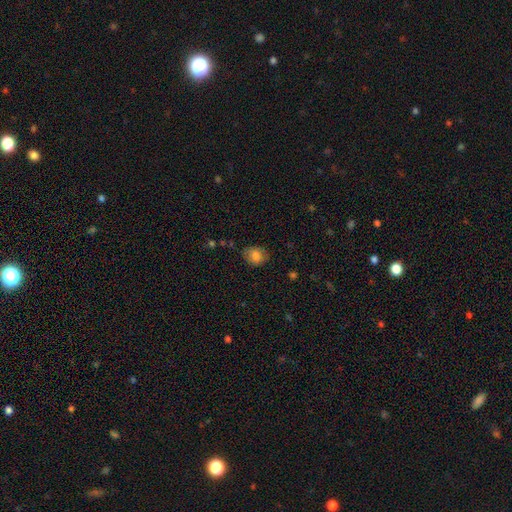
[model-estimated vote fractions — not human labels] Smooth or featured?
  - smooth: 80% *
  - featured or disk: 11%
  - star or artifact: 9%
How rounded?
  - in between: 51% *
  - round: 48%
  - cigar-shaped: 1%
Merging?
  - none: 73% *
  - minor disturbance: 21%
  - major disturbance: 5%
  - merger: 2%